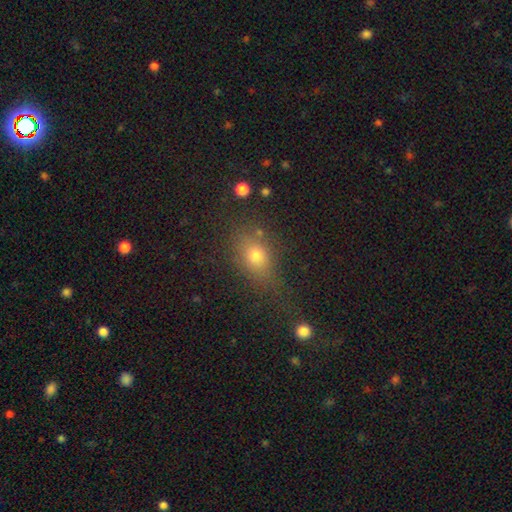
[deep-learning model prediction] Smooth or featured? smooth (72%)
How rounded? in between (62%)
Merging? none (65%)